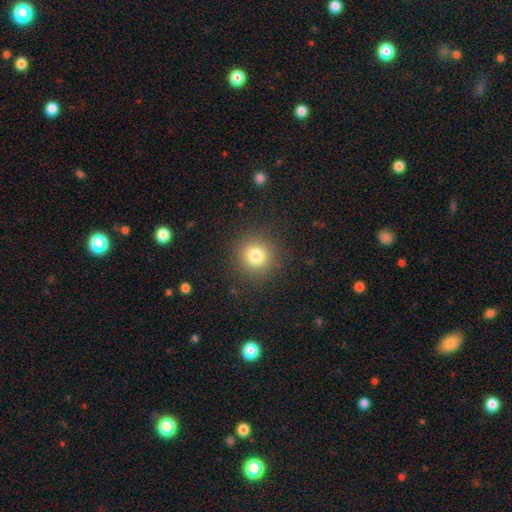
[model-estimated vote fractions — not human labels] Smooth or featured: smooth — 79% (star or artifact — 13%)
How rounded: round — 93% (in between — 6%)
Merging: none — 89% (minor disturbance — 6%)